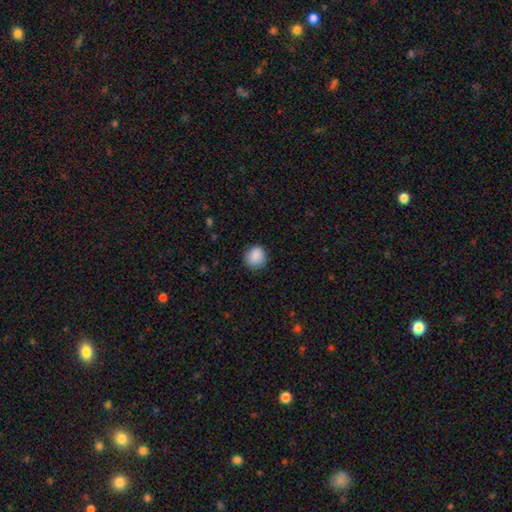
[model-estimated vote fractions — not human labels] The model was most divided on "merging": none: 85%, minor disturbance: 11%, major disturbance: 3%, merger: 1%. More confident: smooth or featured — smooth (88%); how rounded — round (86%).